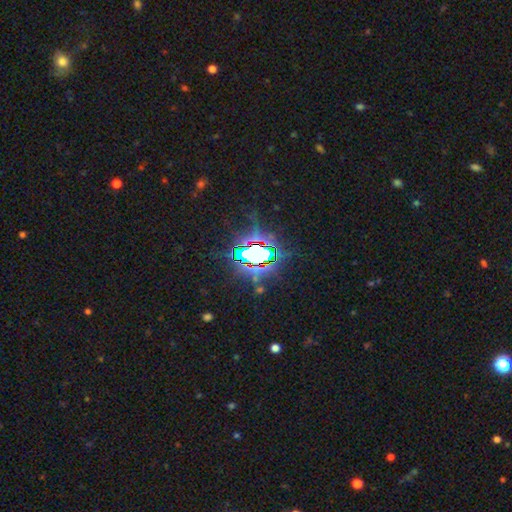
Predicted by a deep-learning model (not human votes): A star or artifact, not a galaxy (77%).

Vote fractions:
- Smooth or featured? star or artifact: 77% / smooth: 13% / featured or disk: 10%